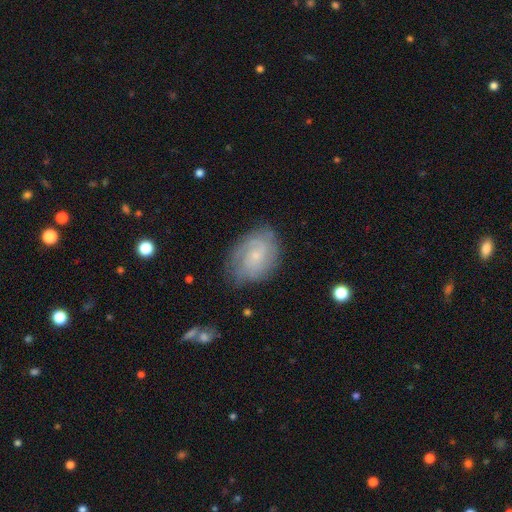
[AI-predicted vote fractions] Smooth or featured? Predicted: featured or disk (p=0.73). Edge-on disk? Predicted: no (p=0.97). Bar? Predicted: no (p=0.69). Spiral arms? Predicted: yes (p=0.92). Spiral winding? Predicted: tight (p=0.62). Spiral arm count? Predicted: can't tell (p=0.38). Bulge size? Predicted: small (p=0.78). Merging? Predicted: none (p=0.74).